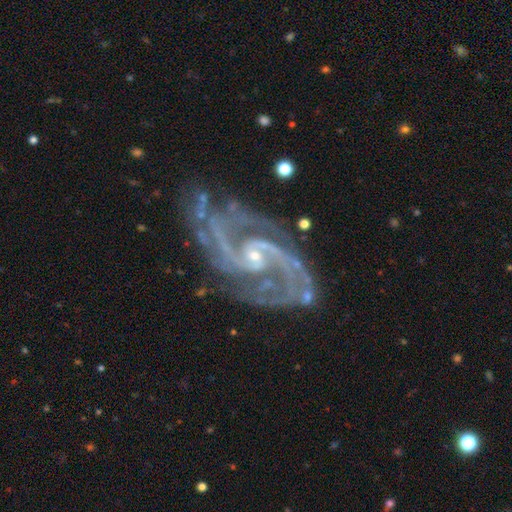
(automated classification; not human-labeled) This appears to be a featured or disk galaxy (92%) with no bar (43%, tied with weak), 2 (56%) medium (56%) spiral arms (99%) and a small central bulge (76%). Merging: none (69%).